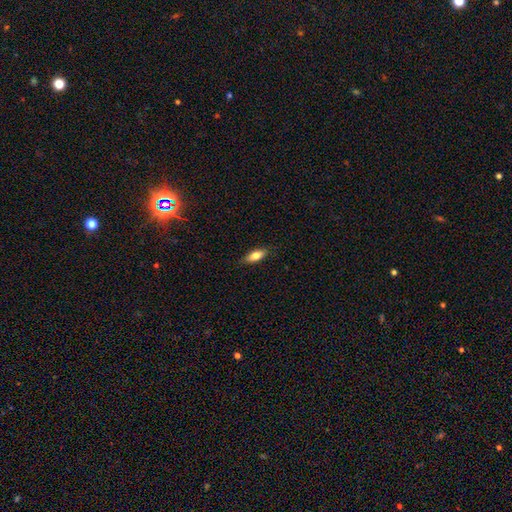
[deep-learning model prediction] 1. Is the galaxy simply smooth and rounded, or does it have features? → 74% smooth, 19% featured or disk, 7% star or artifact.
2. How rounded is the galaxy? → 71% in between, 26% cigar-shaped, 3% round.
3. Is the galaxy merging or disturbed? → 86% none, 11% minor disturbance, 2% major disturbance, 1% merger.